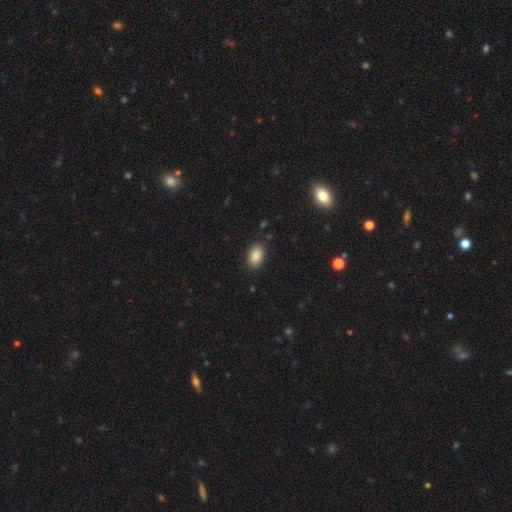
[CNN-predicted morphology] A smooth galaxy with no disk features (88%) that is in between round and cigar-shaped (90%). Merging: none (86%).